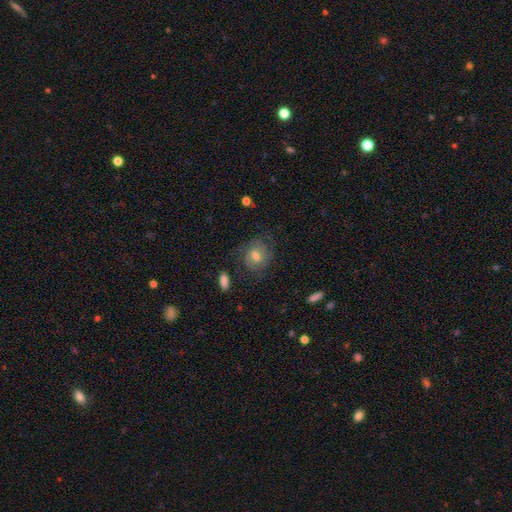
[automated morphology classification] The model was most divided on "bar": no: 51%, weak: 42%, strong: 8%. More confident: edge-on disk — no (97%); spiral arms — yes (85%); merging — none (67%); bulge size — moderate (60%); smooth or featured — featured or disk (59%).